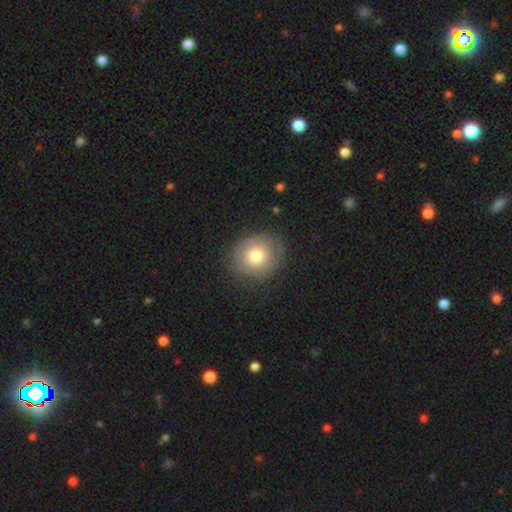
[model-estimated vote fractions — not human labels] The model was most divided on "how rounded": round: 70%, in between: 29%, cigar-shaped: 1%. More confident: merging — none (78%); smooth or featured — smooth (67%).